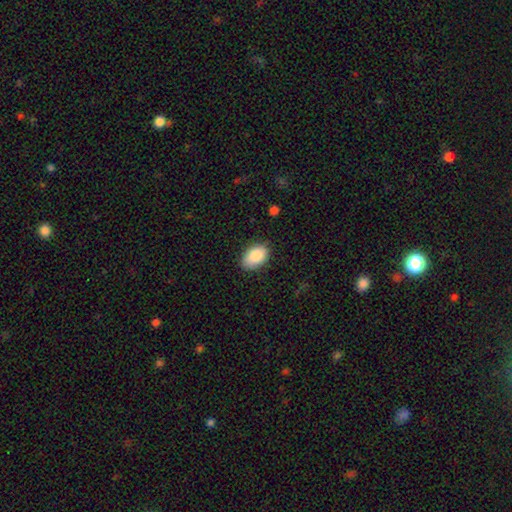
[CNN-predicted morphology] This appears to be a smooth galaxy with no disk features (88%) that is in between round and cigar-shaped (90%). Merging: none (81%).